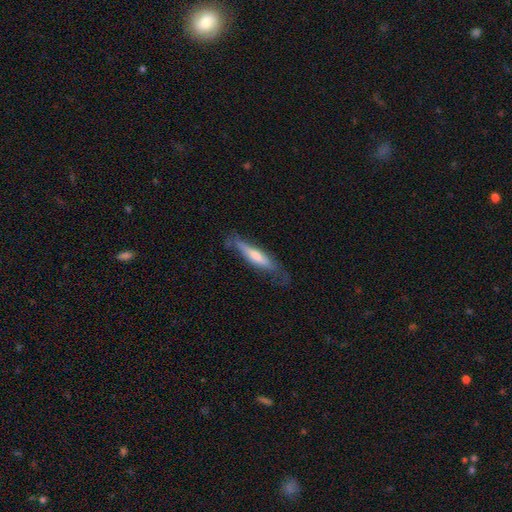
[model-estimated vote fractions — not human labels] Morphology: type=featured or disk (50%); merging=none (64%).